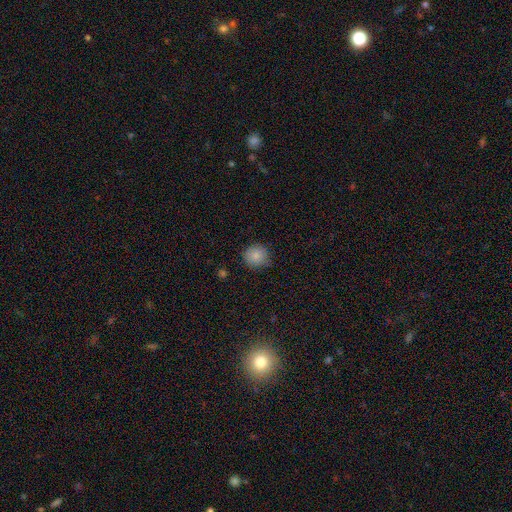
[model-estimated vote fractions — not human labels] A smooth galaxy with no disk features (85%) that is round (92%). Merging: none (86%).